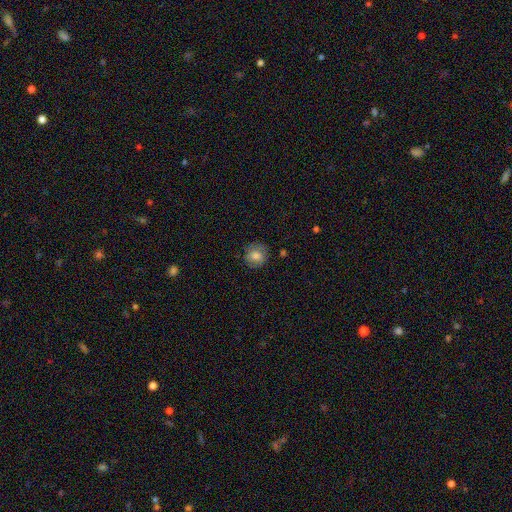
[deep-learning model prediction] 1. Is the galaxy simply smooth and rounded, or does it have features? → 74% smooth, 17% featured or disk, 9% star or artifact.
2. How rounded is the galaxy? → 81% round, 18% in between, 1% cigar-shaped.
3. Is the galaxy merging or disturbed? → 80% none, 15% minor disturbance, 4% major disturbance, 2% merger.